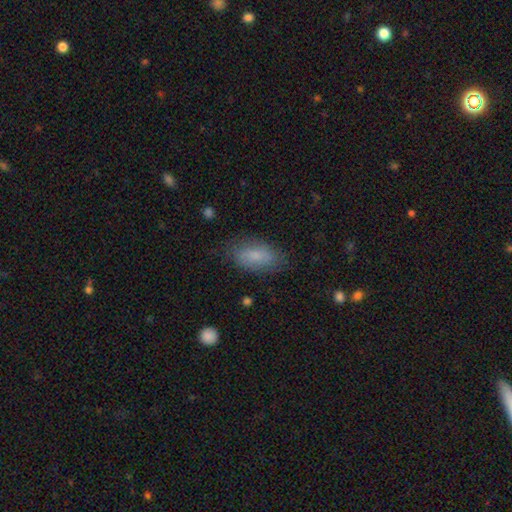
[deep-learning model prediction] The model was most divided on "merging": none: 76%, minor disturbance: 18%, major disturbance: 5%, merger: 1%. More confident: how rounded — in between (89%); smooth or featured — smooth (78%).